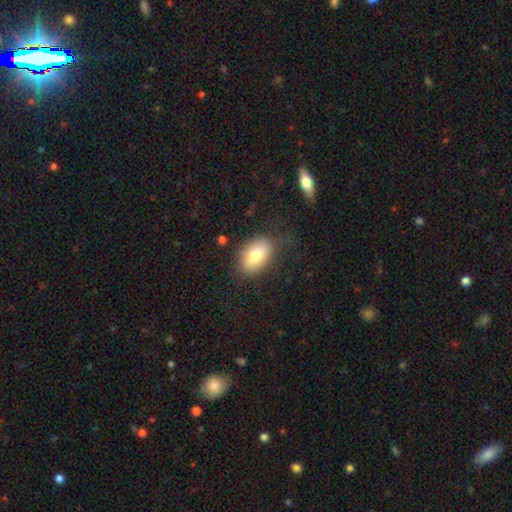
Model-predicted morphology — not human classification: Q: Smooth or featured?
A: smooth (80%); runner-up: featured or disk (13%)
Q: How rounded?
A: in between (89%); runner-up: round (9%)
Q: Merging?
A: none (75%); runner-up: minor disturbance (17%)